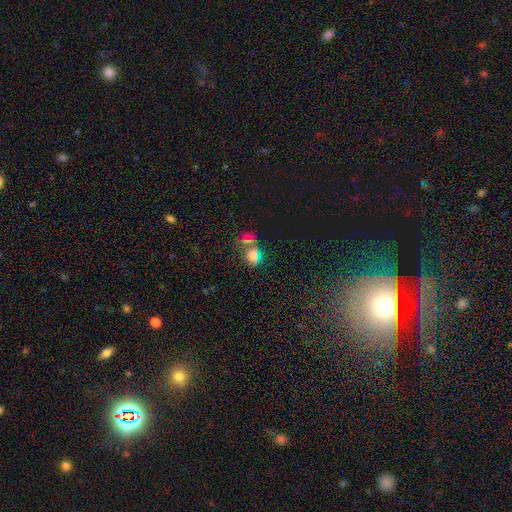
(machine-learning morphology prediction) This is likely a smooth galaxy (60%). How rounded: possibly in between (58%). Merging: possibly merger (45%).